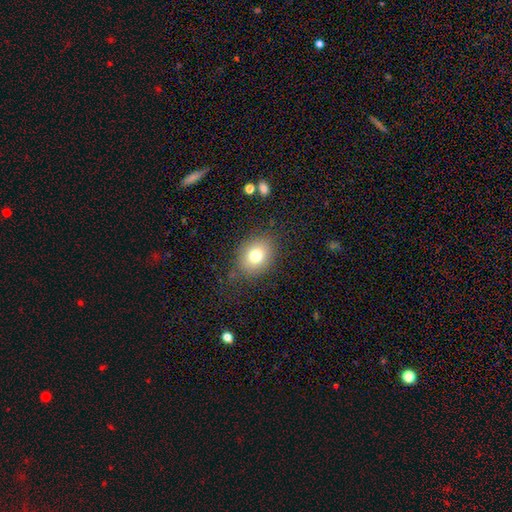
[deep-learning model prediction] Smooth or featured? Predicted: smooth (p=0.76). How rounded? Predicted: round (p=0.52). Merging? Predicted: none (p=0.79).